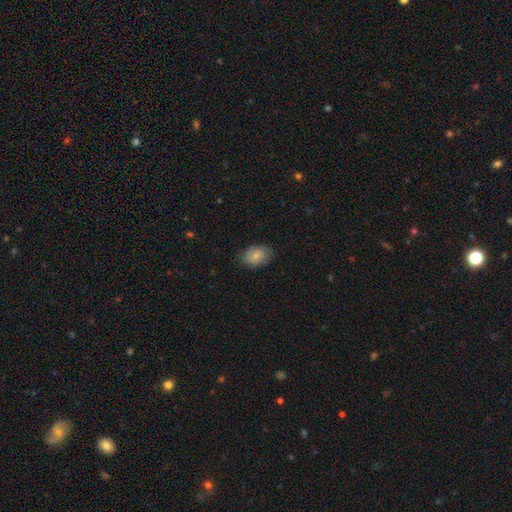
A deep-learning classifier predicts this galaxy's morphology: smooth-or-featured: smooth: 79% | featured or disk: 14% | star or artifact: 7%
  how-rounded: in between: 82% | round: 17% | cigar-shaped: 1%
  merging: none: 80% | minor disturbance: 15% | major disturbance: 4% | merger: 1%